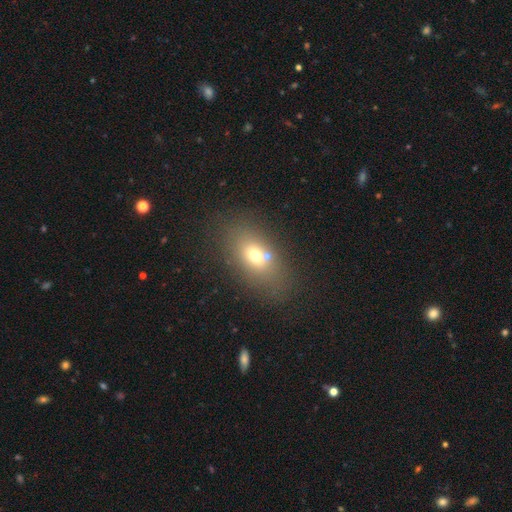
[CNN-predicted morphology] Smooth or featured? Predicted: smooth (p=0.65). How rounded? Predicted: in between (p=0.79). Merging? Predicted: none (p=0.69).